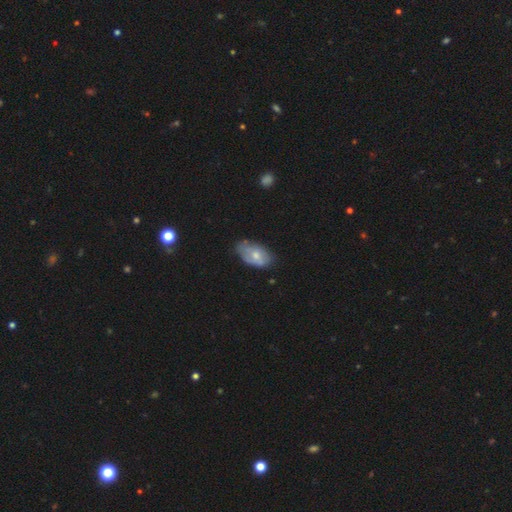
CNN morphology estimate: Smooth or featured? smooth (59%)
How rounded? in between (93%)
Merging? none (55%)